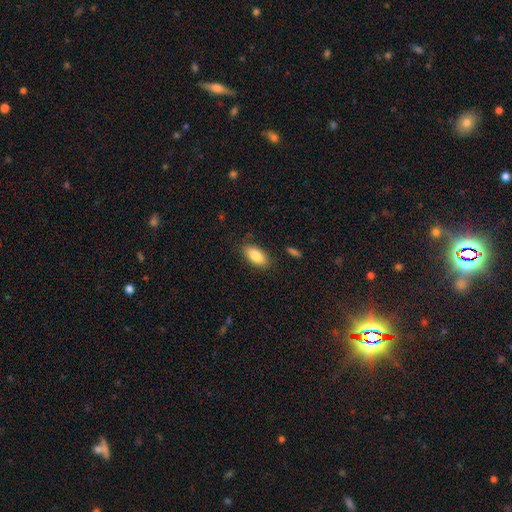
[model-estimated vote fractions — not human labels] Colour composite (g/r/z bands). It shows a smooth galaxy with no disk features (84%) that is in between round and cigar-shaped (89%). Merging: none (83%).